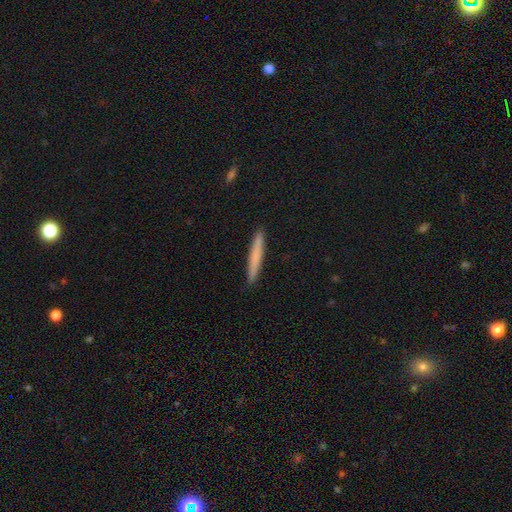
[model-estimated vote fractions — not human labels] This appears to be a smooth galaxy with no disk features (74%) that is cigar-shaped (96%). Merging: none (91%).